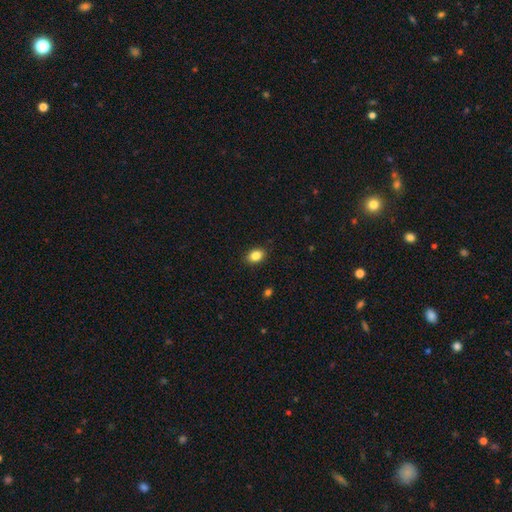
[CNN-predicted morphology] type=smooth (85%); roundness=in between (73%); merging=none (89%).